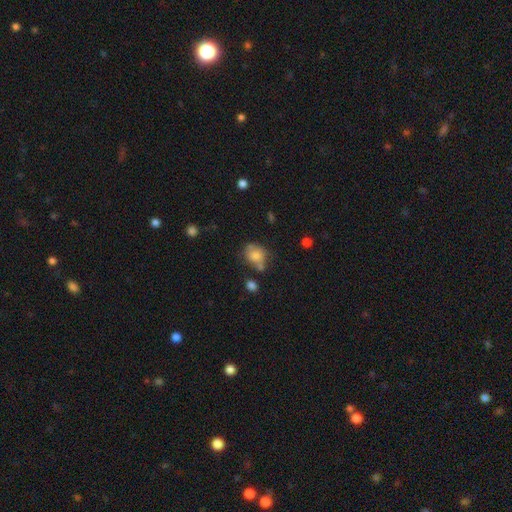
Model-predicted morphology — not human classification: The model was most divided on "how rounded": in between: 51%, round: 48%, cigar-shaped: 1%. Remaining: smooth or featured — smooth (71%); merging — none (49%).